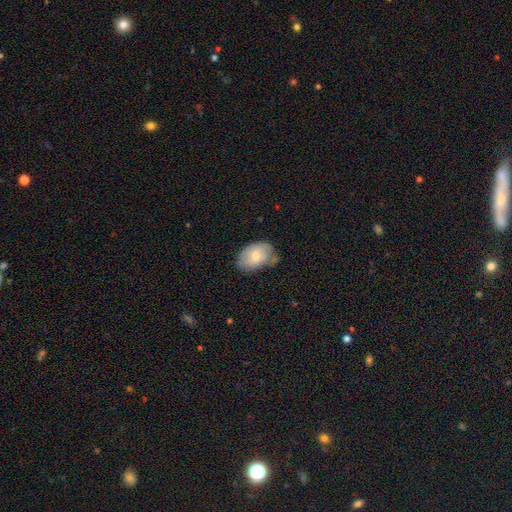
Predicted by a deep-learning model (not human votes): Morphology: type=smooth (72%); roundness=in between (88%); merging=none (50%).